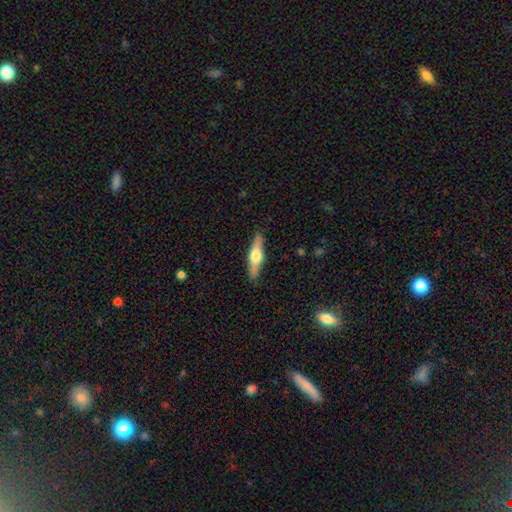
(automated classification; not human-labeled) smooth_or_featured: featured or disk (p=0.56) [alt: smooth p=0.39]
disk_edge_on: yes (p=0.95) [alt: no p=0.05]
edge_on_bulge: rounded (p=0.94) [alt: boxy p=0.04]
merging: none (p=0.90) [alt: minor disturbance p=0.07]